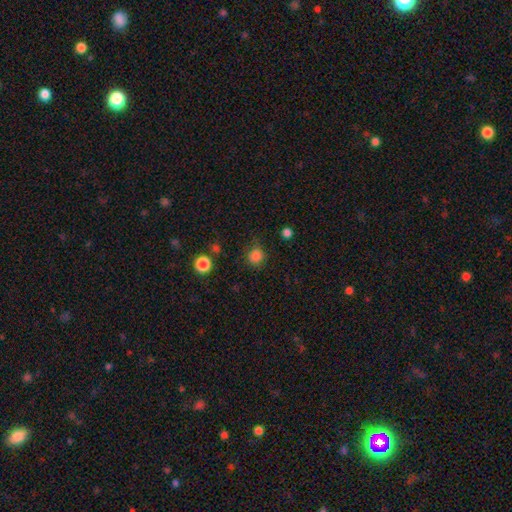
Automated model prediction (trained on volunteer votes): smooth 83%, star or artifact 14%, featured or disk 4%. Down the decision tree: how rounded — round (87%); merging — none (78%).